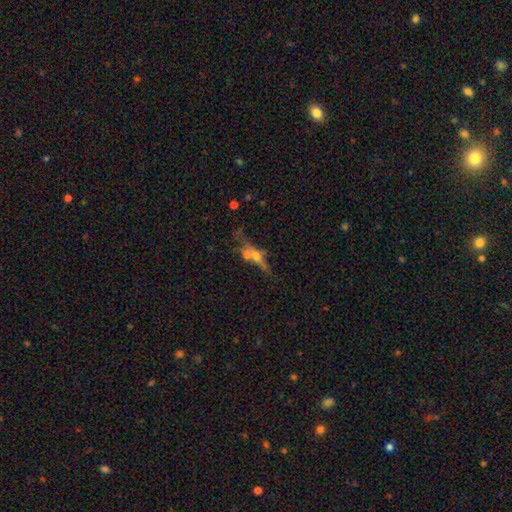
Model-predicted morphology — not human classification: Smooth or featured?
  - featured or disk: 52% *
  - smooth: 35%
  - star or artifact: 13%
Edge-on disk?
  - yes: 71% *
  - no: 29%
Merging?
  - none: 42% *
  - merger: 30%
  - minor disturbance: 16%
  - major disturbance: 12%